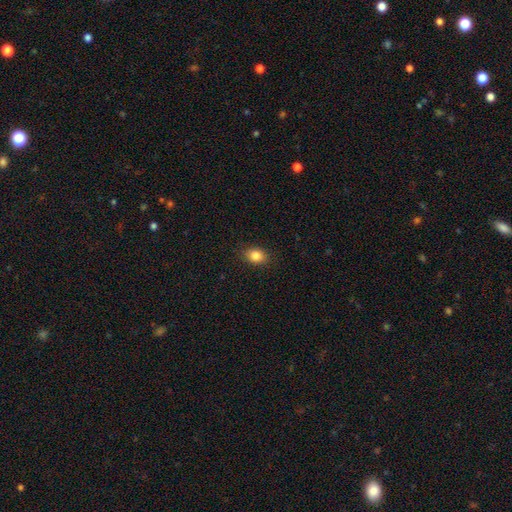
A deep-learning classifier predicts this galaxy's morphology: Q: Smooth or featured?
A: smooth (84%); runner-up: star or artifact (10%)
Q: How rounded?
A: in between (66%); runner-up: round (33%)
Q: Merging?
A: none (88%); runner-up: minor disturbance (9%)